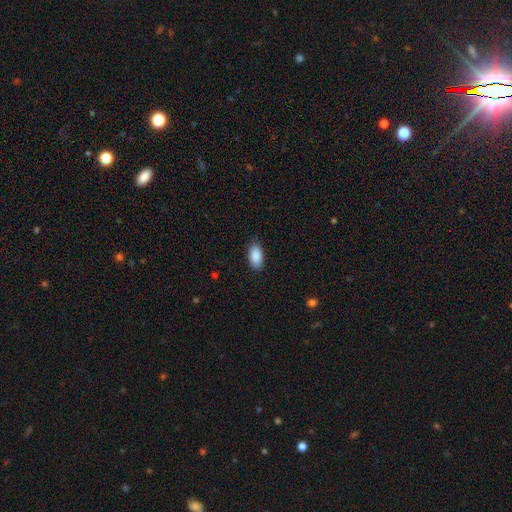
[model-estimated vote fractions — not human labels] Overall: smooth (90%). How rounded: in between (93%). Merging: none (87%).